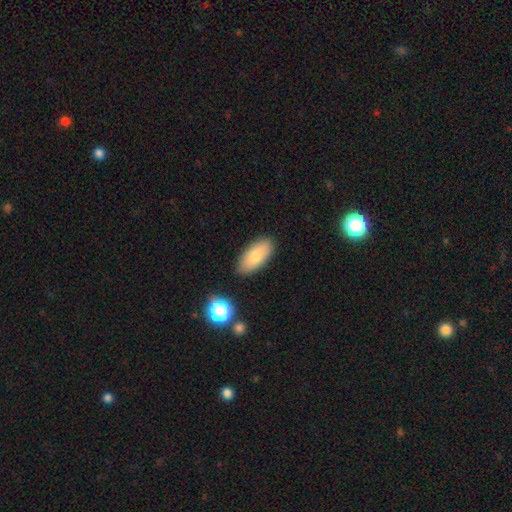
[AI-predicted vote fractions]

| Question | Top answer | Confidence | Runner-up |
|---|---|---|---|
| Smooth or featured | smooth | 81% | featured or disk (13%) |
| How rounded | in between | 90% | cigar-shaped (8%) |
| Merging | none | 85% | minor disturbance (10%) |